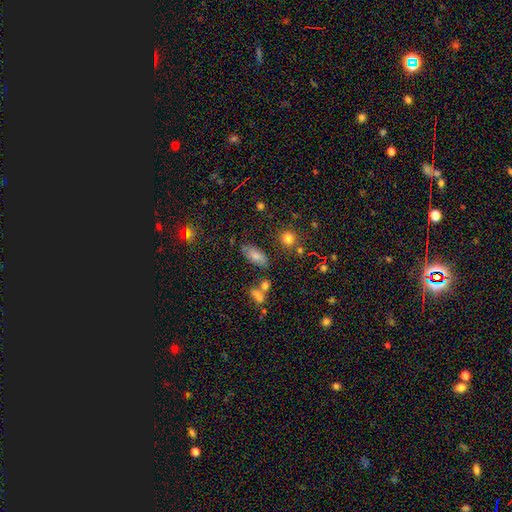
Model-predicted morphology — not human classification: A smooth galaxy with no disk features (74%) that is in between round and cigar-shaped (86%). Merging: none (71%).